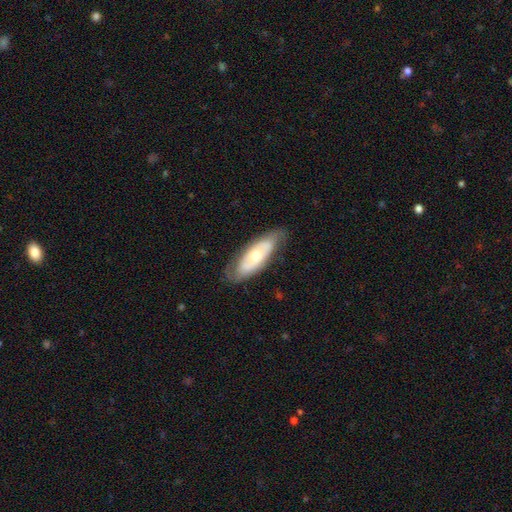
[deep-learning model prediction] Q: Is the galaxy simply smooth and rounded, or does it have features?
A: featured or disk — 59%.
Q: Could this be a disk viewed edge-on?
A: no — 79%.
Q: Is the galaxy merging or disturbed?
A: none — 78%.